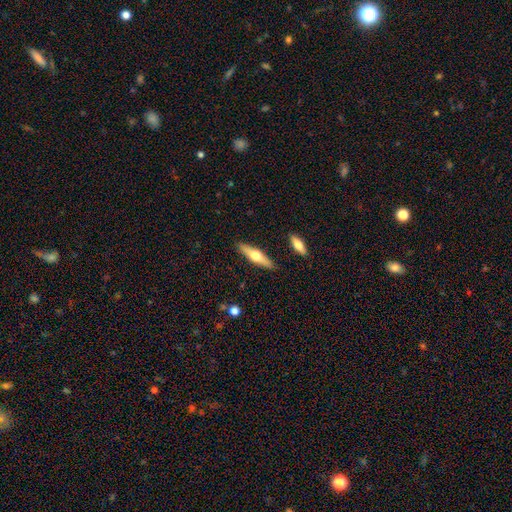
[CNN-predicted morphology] This appears to be a featured or disk galaxy (49%). Merging: none (88%).